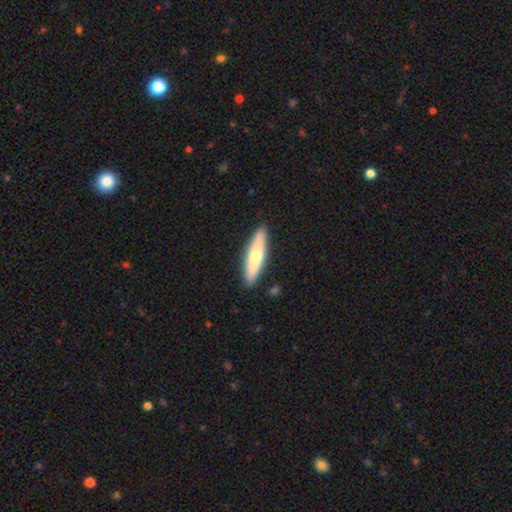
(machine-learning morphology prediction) smooth_or_featured: smooth (p=0.59) [alt: featured or disk p=0.35]
how_rounded: cigar-shaped (p=0.72) [alt: in between p=0.26]
merging: none (p=0.89) [alt: minor disturbance p=0.08]